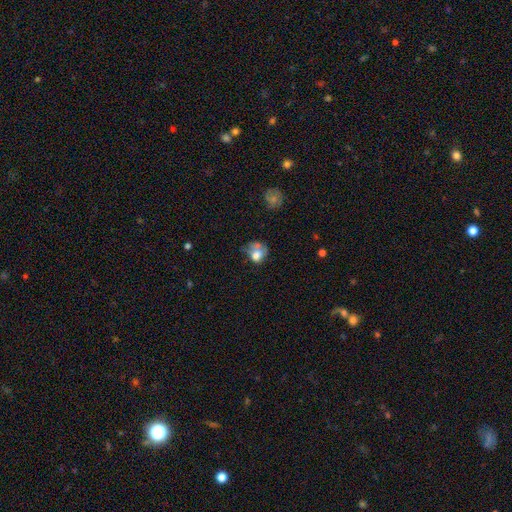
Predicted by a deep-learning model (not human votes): smooth-or-featured: smooth: 64% | featured or disk: 25% | star or artifact: 11%
  how-rounded: round: 57% | in between: 42% | cigar-shaped: 1%
  merging: none: 28% | major disturbance: 24% | merger: 24% | minor disturbance: 24%